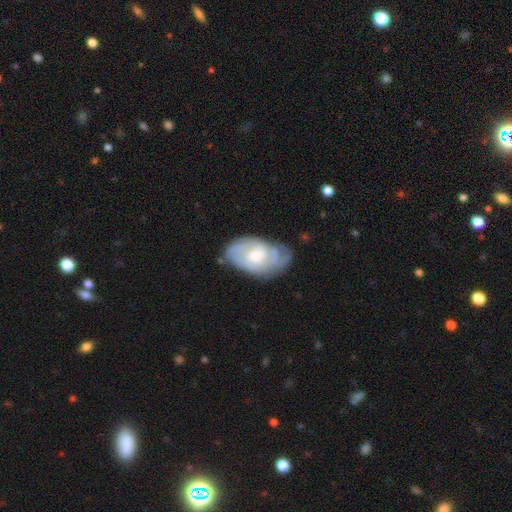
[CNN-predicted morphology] A featured or disk galaxy (69%) with no bar (61%), tight (50%) spiral arms (85%) and a moderate central bulge (52%).

Vote fractions:
- Smooth or featured? featured or disk: 69% / smooth: 26% / star or artifact: 6%
- Edge-on disk? no: 95% / yes: 5%
- Bar? no: 61% / weak: 34% / strong: 5%
- Spiral arms? yes: 85% / no: 15%
- Spiral winding? tight: 50% / medium: 37% / loose: 13%
- Spiral arm count? can't tell: 43% / 2: 29% / 3: 15% / 4: 5% / 1: 4% / more than 4: 3%
- Bulge size? moderate: 52% / small: 38% / large: 6% / none: 3% / dominant: 1%
- Merging? none: 62% / minor disturbance: 27% / major disturbance: 9% / merger: 2%